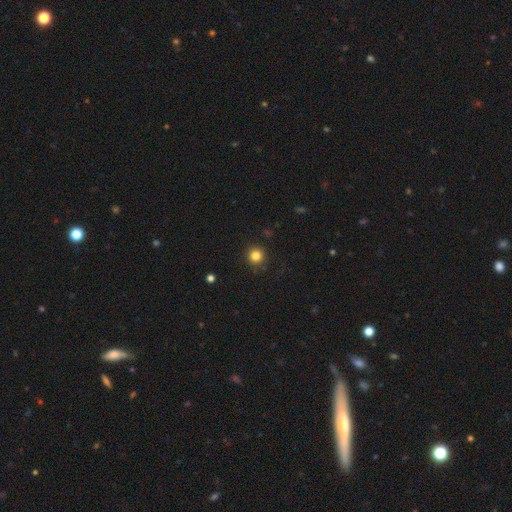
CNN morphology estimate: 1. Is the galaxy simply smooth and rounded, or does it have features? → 83% smooth, 13% star or artifact, 4% featured or disk.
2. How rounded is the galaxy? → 95% round, 4% in between, 1% cigar-shaped.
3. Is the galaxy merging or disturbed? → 92% none, 5% minor disturbance, 2% major disturbance, 1% merger.